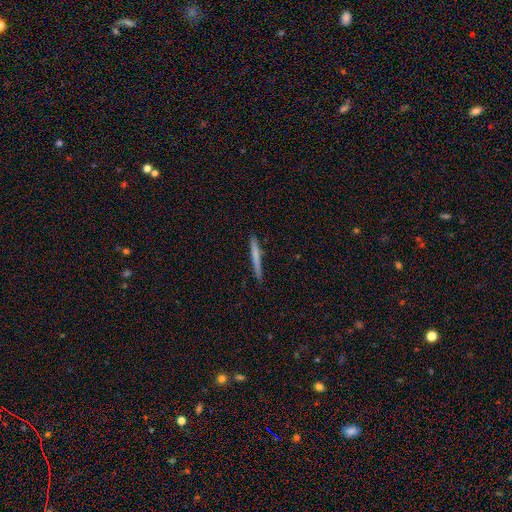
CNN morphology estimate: This appears to be a smooth galaxy with no disk features (65%) that is cigar-shaped (96%). Merging: none (88%).